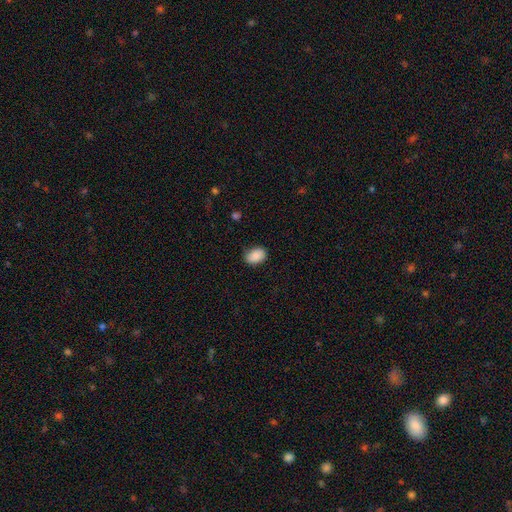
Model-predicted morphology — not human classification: type=smooth (89%); roundness=in between (81%); merging=none (82%).